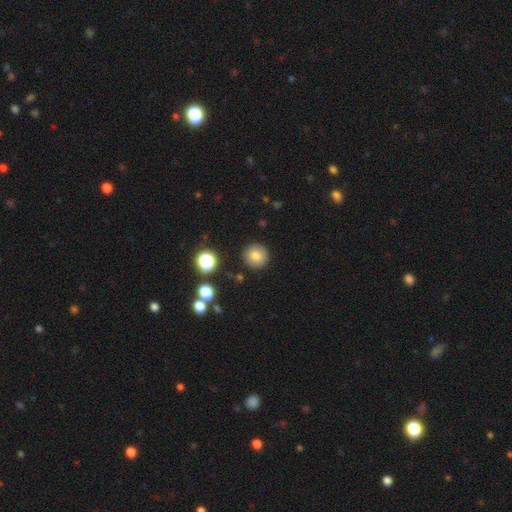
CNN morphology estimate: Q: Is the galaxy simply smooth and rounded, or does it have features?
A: smooth — 80%.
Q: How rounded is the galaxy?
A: round — 94%.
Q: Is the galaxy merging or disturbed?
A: none — 89%.